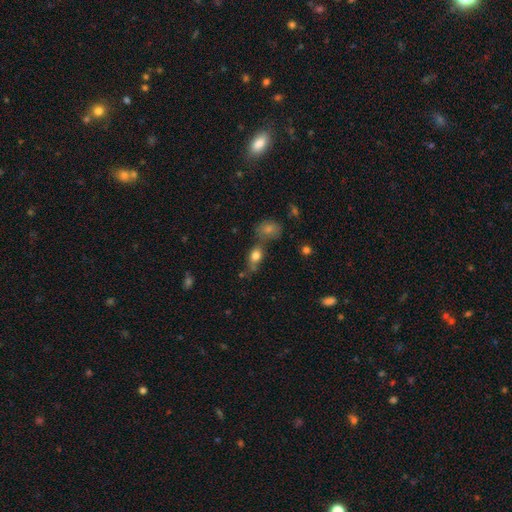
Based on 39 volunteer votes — smooth-or-featured: smooth: 87% | star or artifact: 8% | featured or disk: 5%
  how-rounded: in between: 65% | round: 35% | cigar-shaped: 0%
  merging: none: 42% | merger: 39% | minor disturbance: 19% | major disturbance: 0%